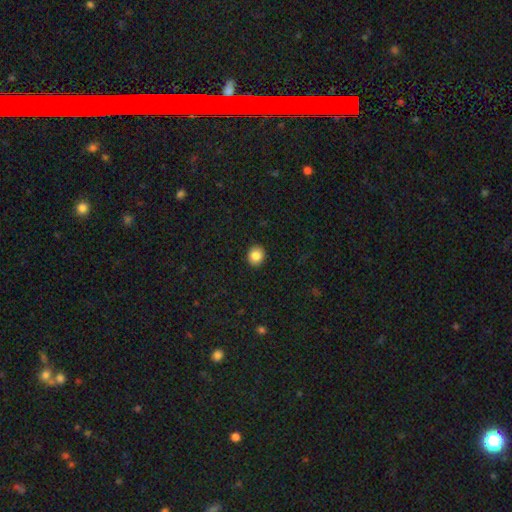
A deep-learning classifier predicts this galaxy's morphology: Smooth or featured: smooth — 85% (star or artifact — 9%)
How rounded: round — 79% (in between — 20%)
Merging: none — 92% (minor disturbance — 5%)